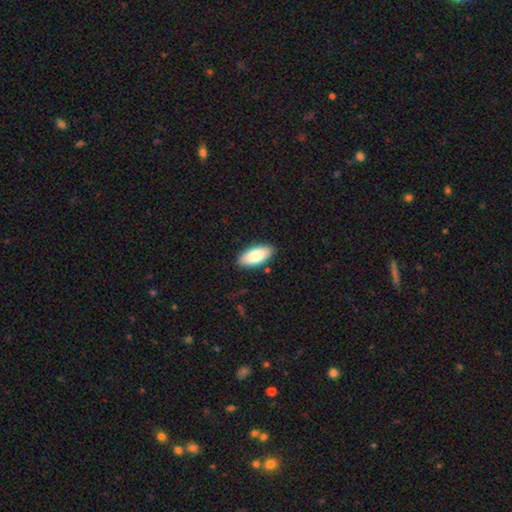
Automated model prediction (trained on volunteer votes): Q: Smooth or featured?
A: smooth (83%); runner-up: featured or disk (11%)
Q: How rounded?
A: in between (91%); runner-up: cigar-shaped (7%)
Q: Merging?
A: none (87%); runner-up: minor disturbance (10%)